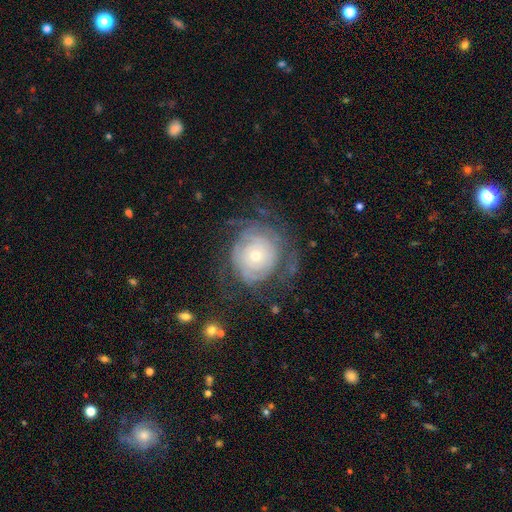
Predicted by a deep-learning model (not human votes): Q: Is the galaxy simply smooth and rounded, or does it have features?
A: featured or disk — 75%.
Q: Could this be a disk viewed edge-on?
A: no — 97%.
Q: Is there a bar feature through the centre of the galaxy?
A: no — 85%.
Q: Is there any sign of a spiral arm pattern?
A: yes — 80%.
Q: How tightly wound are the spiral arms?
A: tight — 75%.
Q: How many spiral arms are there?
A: can't tell — 54%.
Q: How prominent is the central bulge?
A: small — 57%.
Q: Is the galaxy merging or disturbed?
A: none — 62%.